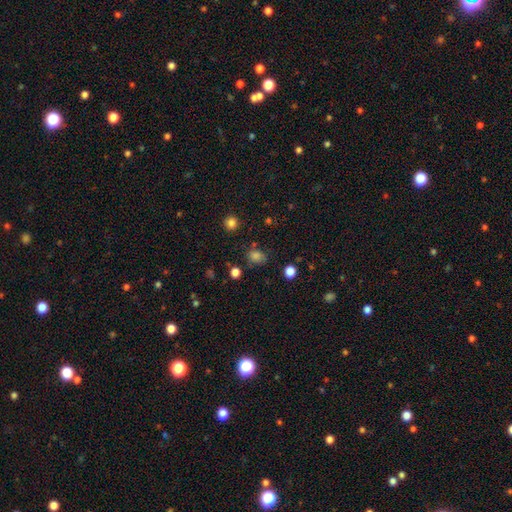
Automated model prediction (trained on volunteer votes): Overall: smooth (76%). How rounded: round (54%; in between 45%). Merging: none (70%).